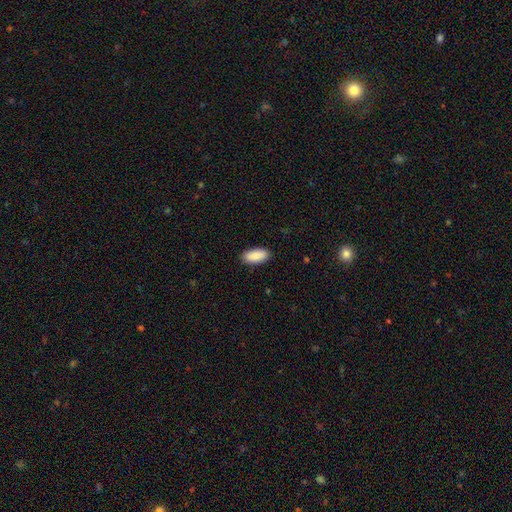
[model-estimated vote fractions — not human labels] smooth-or-featured: smooth: 90% | star or artifact: 6% | featured or disk: 5%
  how-rounded: in between: 91% | cigar-shaped: 8% | round: 2%
  merging: none: 89% | minor disturbance: 8% | major disturbance: 2% | merger: 1%